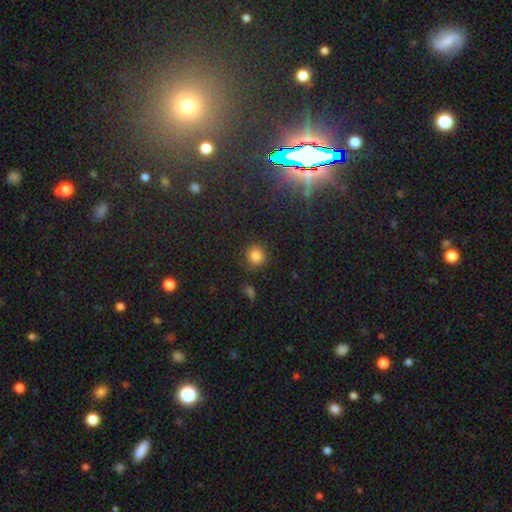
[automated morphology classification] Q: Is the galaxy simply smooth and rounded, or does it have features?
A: smooth — 80%.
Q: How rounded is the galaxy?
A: round — 91%.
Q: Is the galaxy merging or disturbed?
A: none — 86%.